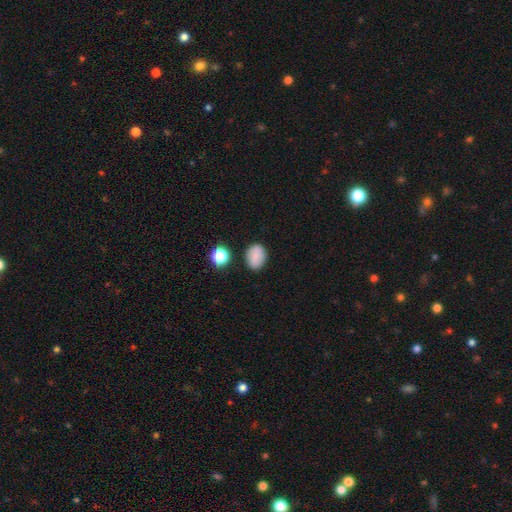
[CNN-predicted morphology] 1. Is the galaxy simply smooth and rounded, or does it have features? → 81% smooth, 10% star or artifact, 9% featured or disk.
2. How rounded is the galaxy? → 69% in between, 30% round, 1% cigar-shaped.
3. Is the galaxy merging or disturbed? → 81% none, 13% minor disturbance, 3% merger, 3% major disturbance.